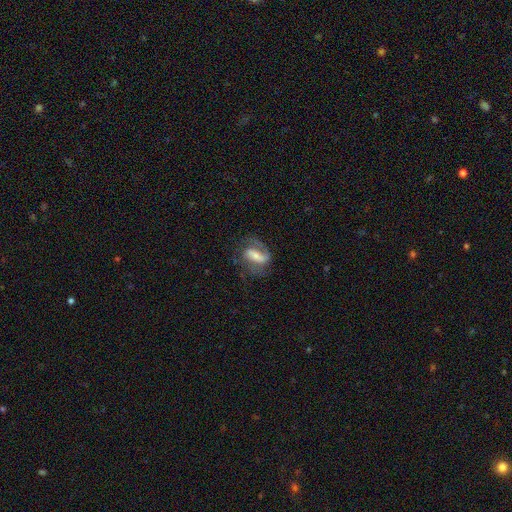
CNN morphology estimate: Smooth or featured? featured or disk (68%)
Edge-on disk? no (93%)
Bar? strong (48%)
Spiral arms? yes (87%)
Spiral winding? medium (46%)
Spiral arm count? 2 (69%)
Bulge size? moderate (40%)
Merging? none (62%)